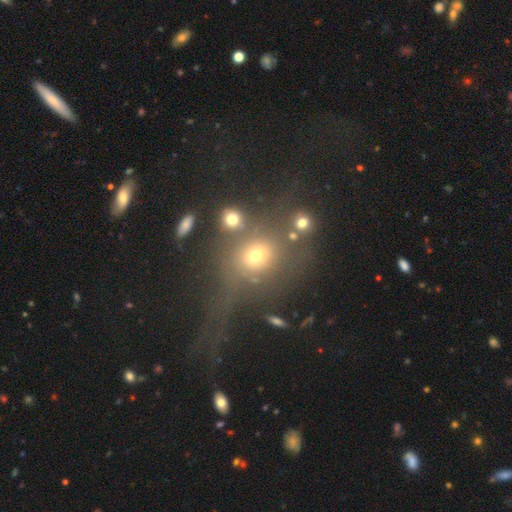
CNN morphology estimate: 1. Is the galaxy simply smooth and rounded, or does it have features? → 57% smooth, 21% star or artifact, 21% featured or disk.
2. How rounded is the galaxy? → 63% round, 34% in between, 3% cigar-shaped.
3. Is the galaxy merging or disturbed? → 43% none, 23% major disturbance, 18% merger, 15% minor disturbance.